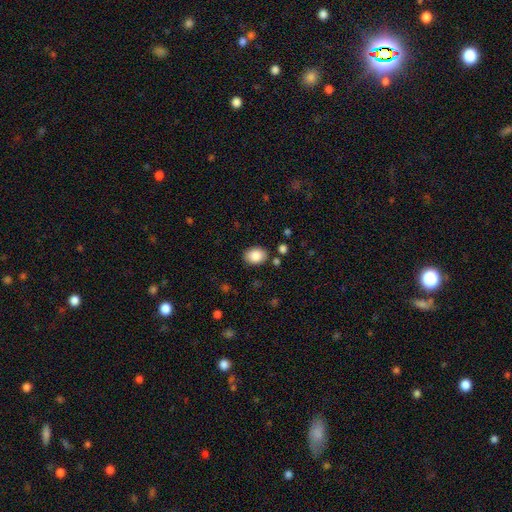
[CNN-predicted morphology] Q: Smooth or featured?
A: smooth (86%); runner-up: star or artifact (8%)
Q: How rounded?
A: in between (72%); runner-up: round (27%)
Q: Merging?
A: none (85%); runner-up: minor disturbance (10%)